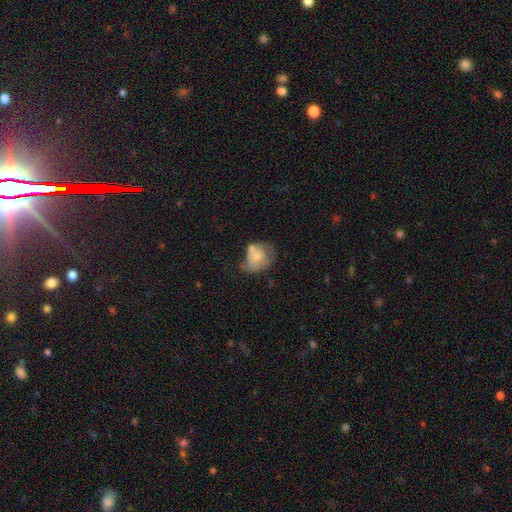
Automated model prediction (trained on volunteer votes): The model was most divided on "merging": minor disturbance: 31%, none: 29%, major disturbance: 25%, merger: 16%. More confident: smooth or featured — smooth (58%); how rounded — round (52%).